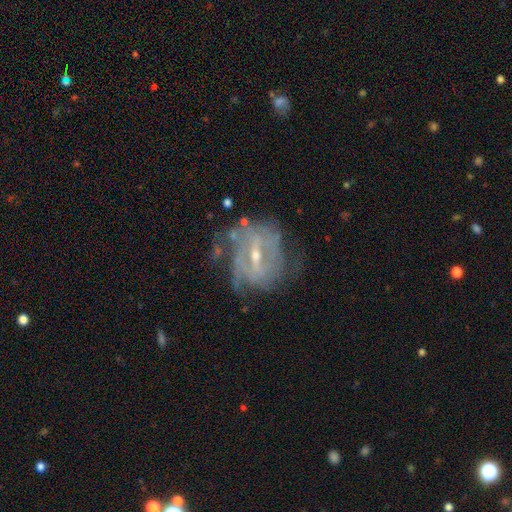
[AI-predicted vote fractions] Overall: featured or disk (81%). Edge-on disk: no (94%). Bar: strong (43%, tied with weak). Spiral arms: yes (80%). Spiral arm count: can't tell (45%; 2 25%). Spiral winding: tight (53%; medium 34%). Bulge size: small (58%; moderate 38%). Merging: none (57%; minor disturbance 23%).